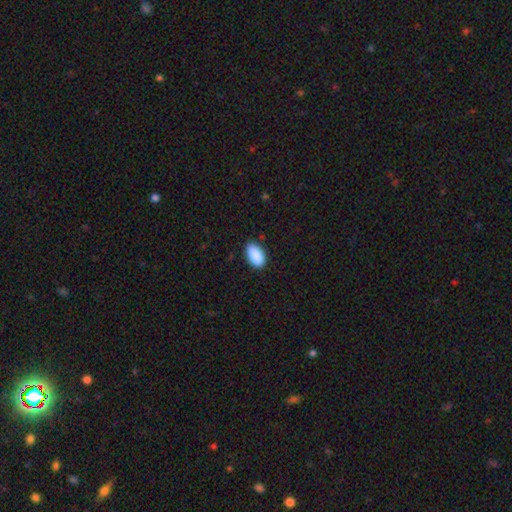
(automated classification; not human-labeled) A smooth galaxy with no disk features (90%) that is in between round and cigar-shaped (94%). Merging: none (83%).